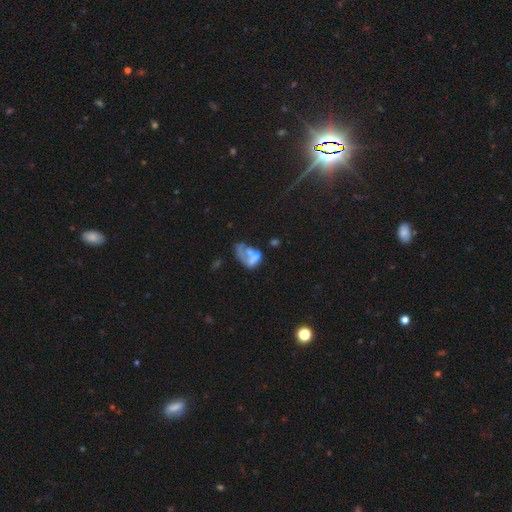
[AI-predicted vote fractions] Q: Smooth or featured?
A: featured or disk (44%); runner-up: smooth (30%)
Q: Merging?
A: merger (31%); runner-up: major disturbance (28%)